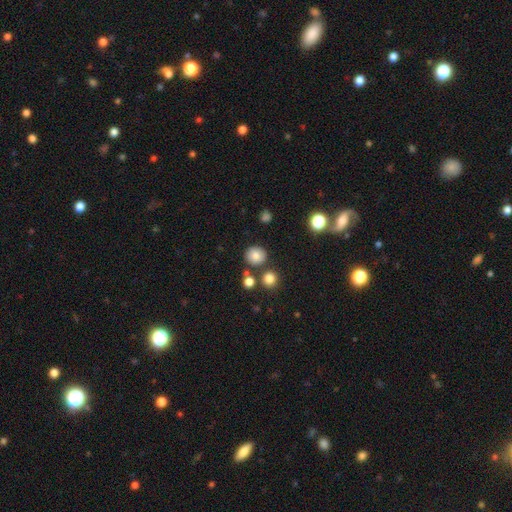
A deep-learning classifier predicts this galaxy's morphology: This appears to be a smooth galaxy with no disk features (79%) that is round (89%). Merging: none (82%).